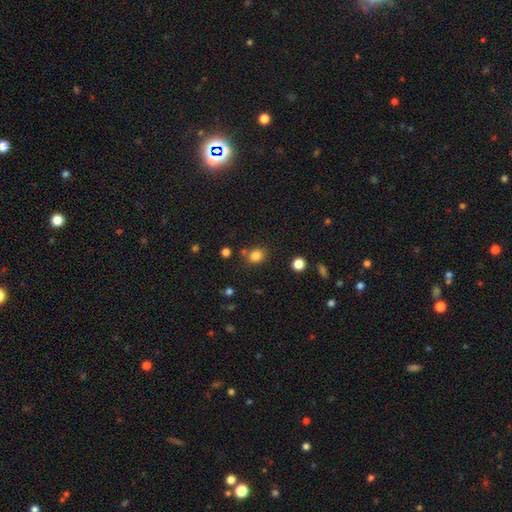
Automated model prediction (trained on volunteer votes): A smooth galaxy with no disk features (82%) that is round (71%). Merging: none (74%).